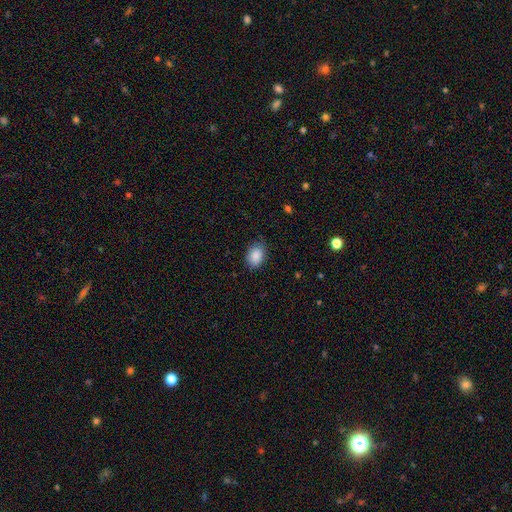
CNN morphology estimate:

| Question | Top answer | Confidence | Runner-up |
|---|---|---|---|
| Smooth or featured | smooth | 88% | star or artifact (8%) |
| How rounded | in between | 77% | round (22%) |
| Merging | none | 78% | minor disturbance (17%) |